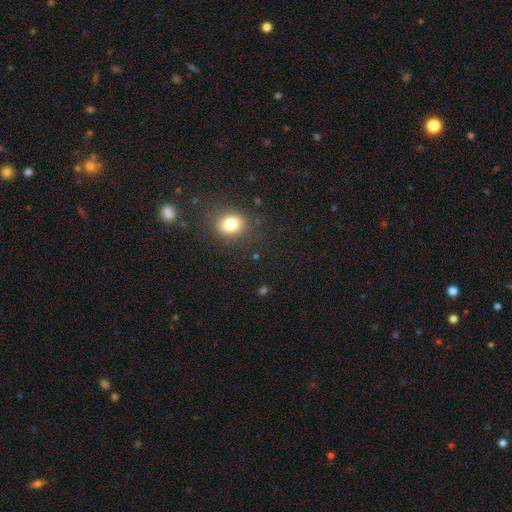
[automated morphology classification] smooth_or_featured: smooth (p=0.75) [alt: star or artifact p=0.17]
how_rounded: round (p=0.58) [alt: in between p=0.41]
merging: none (p=0.85) [alt: minor disturbance p=0.10]